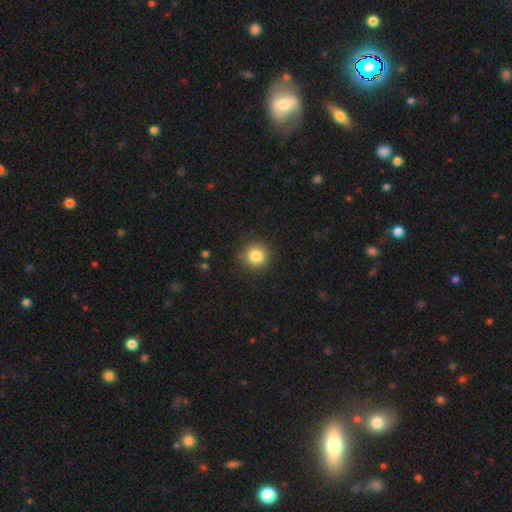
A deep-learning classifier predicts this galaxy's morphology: Q: Smooth or featured?
A: smooth (83%); runner-up: star or artifact (11%)
Q: How rounded?
A: round (94%); runner-up: in between (5%)
Q: Merging?
A: none (89%); runner-up: minor disturbance (7%)